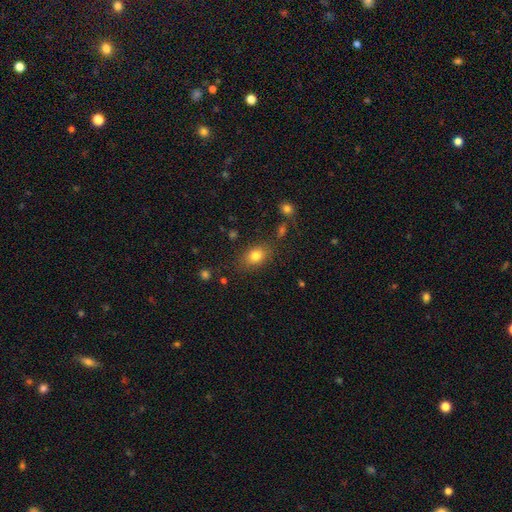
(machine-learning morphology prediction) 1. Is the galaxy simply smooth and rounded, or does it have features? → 81% smooth, 11% star or artifact, 8% featured or disk.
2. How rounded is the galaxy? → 72% in between, 26% round, 2% cigar-shaped.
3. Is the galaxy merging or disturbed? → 80% none, 13% minor disturbance, 4% major disturbance, 3% merger.